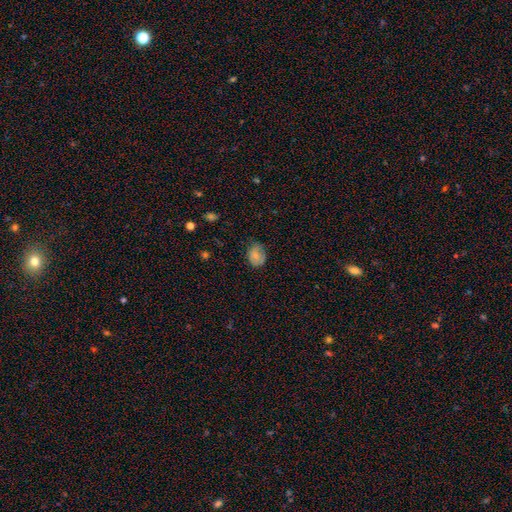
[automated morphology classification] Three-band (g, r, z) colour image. It shows a smooth galaxy with no disk features (76%) that is in between round and cigar-shaped (63%). Merging: none (58%).